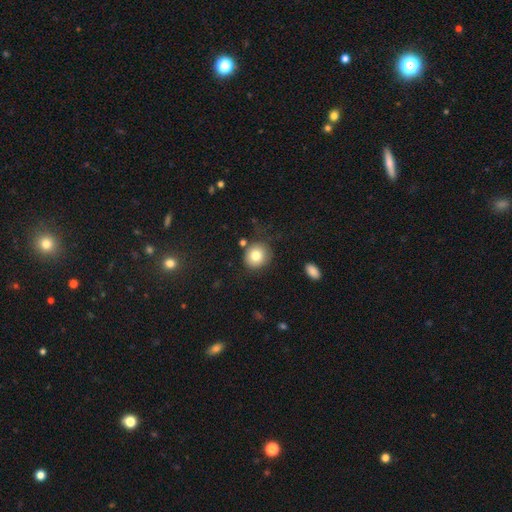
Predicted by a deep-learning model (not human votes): This appears to be a smooth galaxy with no disk features (80%) that is round (84%). Merging: none (79%).